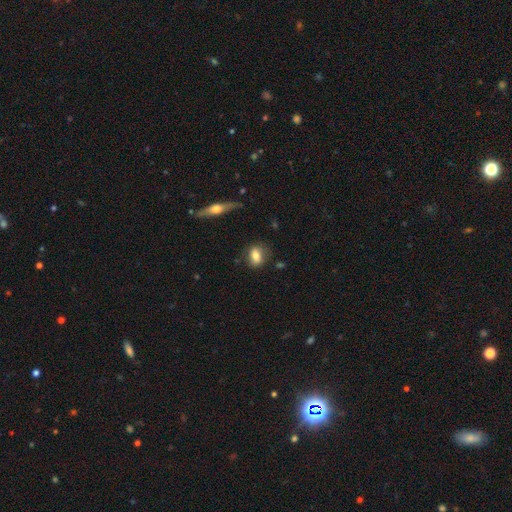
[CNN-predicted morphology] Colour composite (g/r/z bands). It shows a smooth galaxy with no disk features (75%) that is in between round and cigar-shaped (67%). Merging: none (78%).